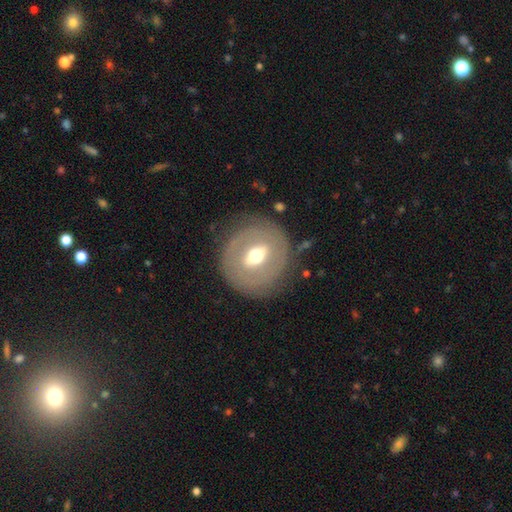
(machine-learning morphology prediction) The model was most divided on "bar": weak: 45%, strong: 29%, no: 26%. More confident: edge-on disk — no (92%); merging — none (82%); bulge size — moderate (72%); spiral arms — no (64%); smooth or featured — featured or disk (59%).